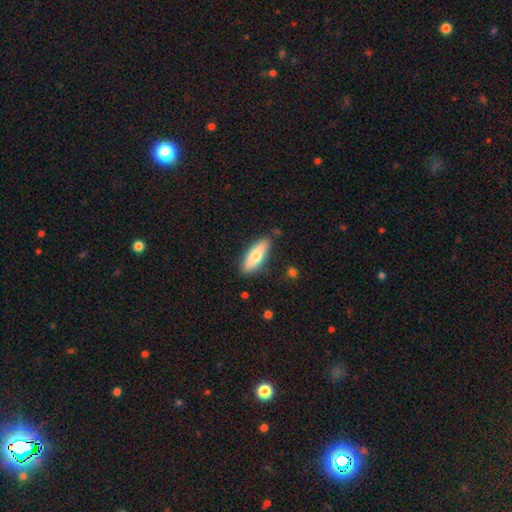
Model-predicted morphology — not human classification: smooth 69%, featured or disk 25%, star or artifact 6%. Down the decision tree: how rounded — in between (58%); merging — none (84%).